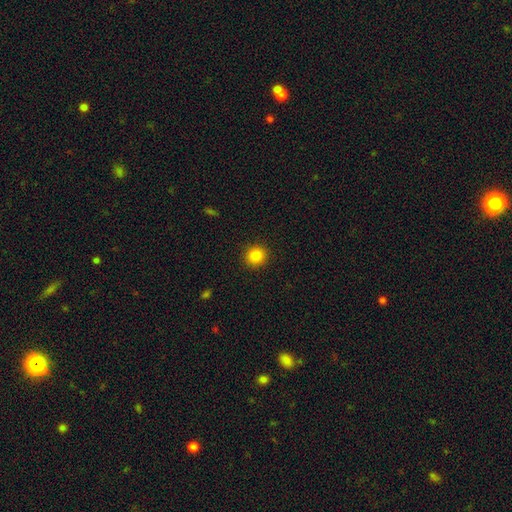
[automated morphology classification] smooth 84%, star or artifact 11%, featured or disk 5%. Down the decision tree: how rounded — round (91%); merging — none (92%).